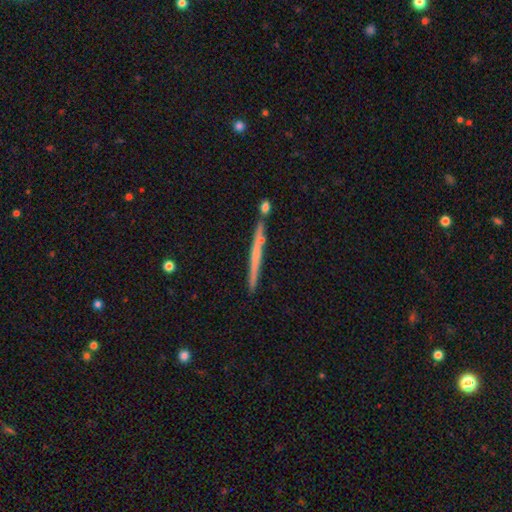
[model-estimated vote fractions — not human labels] This appears to be a featured or disk galaxy (53%) viewed edge-on (96%) with no central bulge (84%). Merging: none (80%).